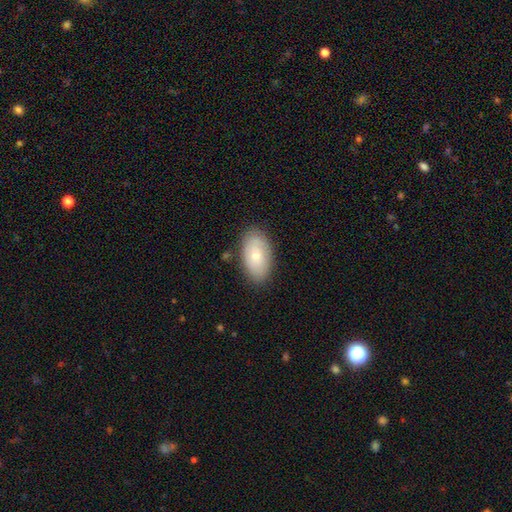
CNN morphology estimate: type=smooth (68%); roundness=in between (93%); merging=none (83%).